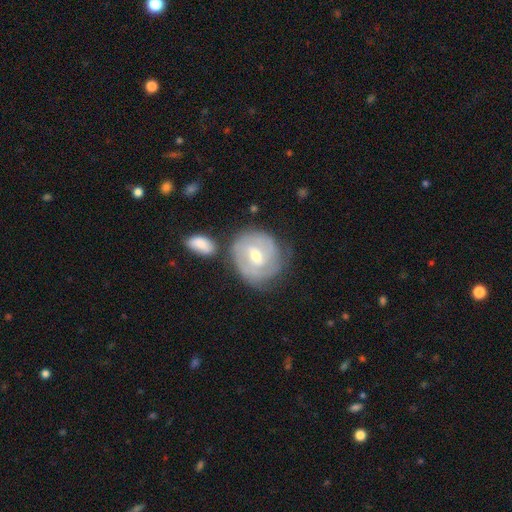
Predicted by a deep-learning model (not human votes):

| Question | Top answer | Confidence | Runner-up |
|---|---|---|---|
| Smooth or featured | featured or disk | 77% | smooth (17%) |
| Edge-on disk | no | 97% | yes (3%) |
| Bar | weak | 58% | no (23%) |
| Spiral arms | yes | 89% | no (11%) |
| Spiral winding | tight | 68% | medium (25%) |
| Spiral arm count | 2 | 39% | can't tell (33%) |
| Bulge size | moderate | 59% | small (37%) |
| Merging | none | 65% | minor disturbance (18%) |